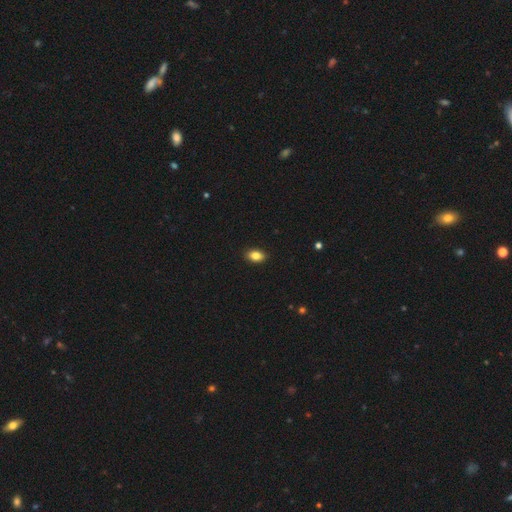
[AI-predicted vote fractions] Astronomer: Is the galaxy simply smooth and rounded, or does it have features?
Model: smooth — 84%.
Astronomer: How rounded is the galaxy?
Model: in between — 86%.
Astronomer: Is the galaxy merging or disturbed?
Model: none — 90%.